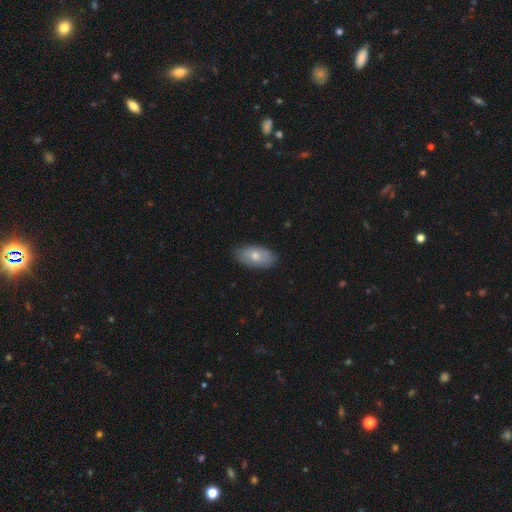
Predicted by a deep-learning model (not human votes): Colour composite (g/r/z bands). It shows a smooth galaxy with no disk features (69%) that is in between round and cigar-shaped (93%). Merging: none (82%).